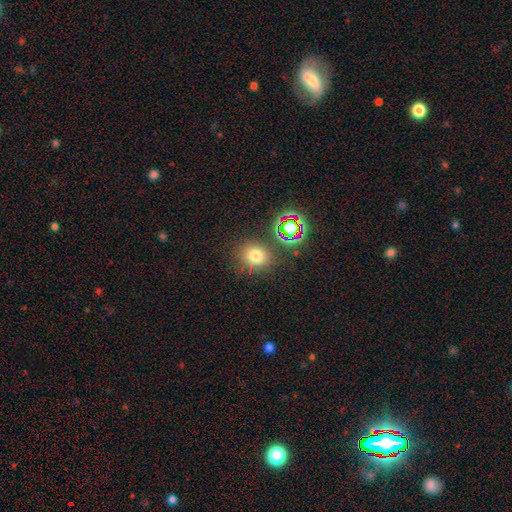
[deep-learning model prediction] smooth_or_featured: smooth (p=0.70) [alt: star or artifact p=0.22]
how_rounded: round (p=0.70) [alt: in between p=0.29]
merging: none (p=0.80) [alt: minor disturbance p=0.11]